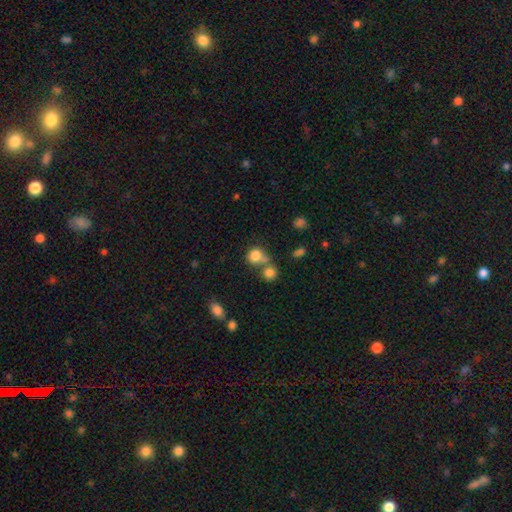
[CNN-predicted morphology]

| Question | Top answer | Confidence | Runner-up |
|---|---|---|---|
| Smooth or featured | smooth | 81% | star or artifact (11%) |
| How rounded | round | 77% | in between (22%) |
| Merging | none | 46% | merger (37%) |